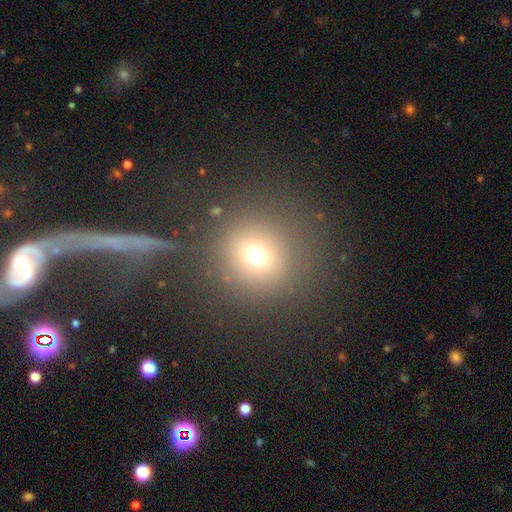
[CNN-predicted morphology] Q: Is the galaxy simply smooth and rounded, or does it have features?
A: smooth — 66%.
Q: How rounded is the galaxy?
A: round — 92%.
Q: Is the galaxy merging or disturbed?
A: none — 82%.